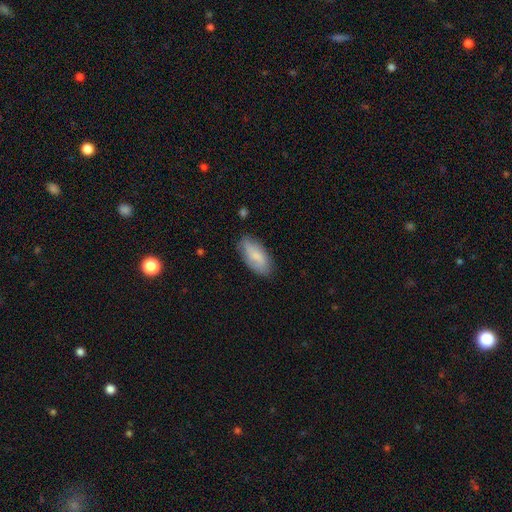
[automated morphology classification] This is likely a smooth galaxy (76%). How rounded: clearly in between (90%). Merging: likely none (78%).